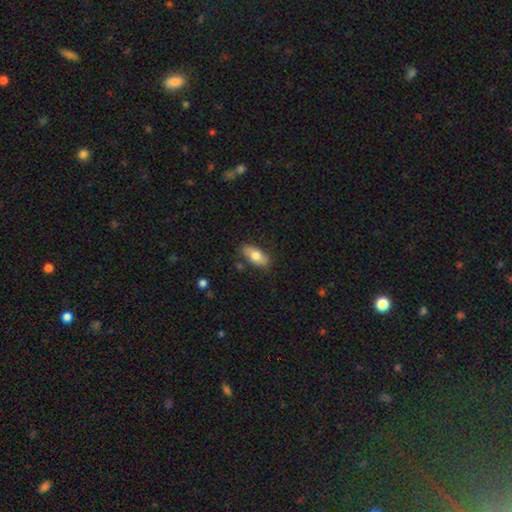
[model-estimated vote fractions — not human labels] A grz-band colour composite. It shows a smooth galaxy with no disk features (74%) that is in between round and cigar-shaped (87%). Merging: none (80%).